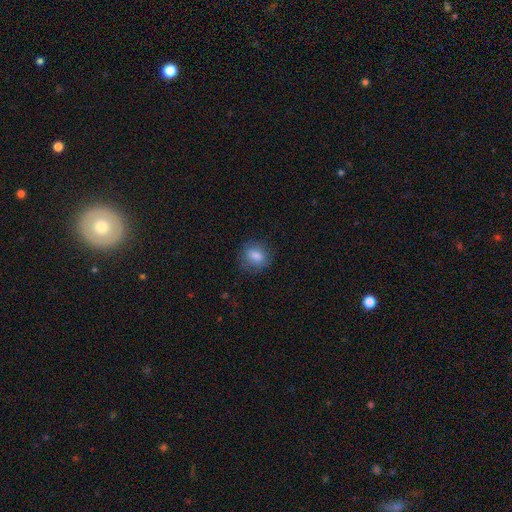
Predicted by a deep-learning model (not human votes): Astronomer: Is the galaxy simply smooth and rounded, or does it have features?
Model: smooth — 83%.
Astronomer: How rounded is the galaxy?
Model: round — 62%.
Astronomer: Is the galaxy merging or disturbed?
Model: none — 78%.